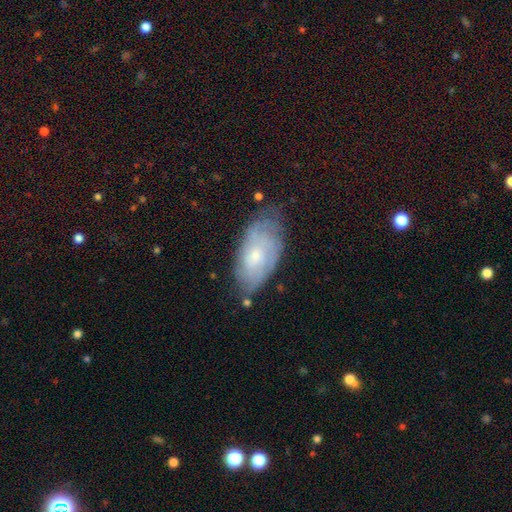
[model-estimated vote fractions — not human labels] A featured or disk galaxy (57%) with no bar (76%), spiral arms (76%) and a small central bulge (64%). Merging: none (63%).